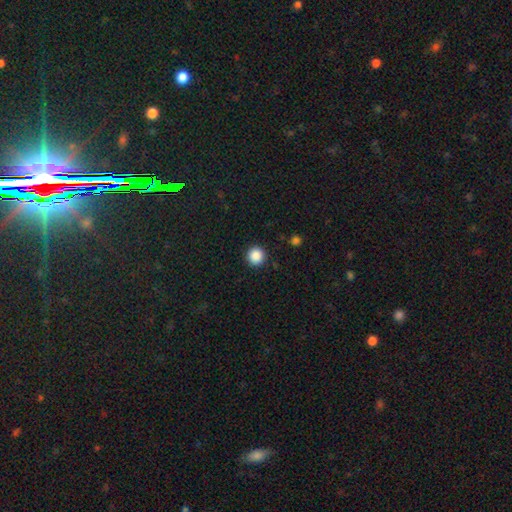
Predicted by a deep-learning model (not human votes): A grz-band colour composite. It shows a smooth galaxy with no disk features (87%) that is round (96%). Merging: none (92%).